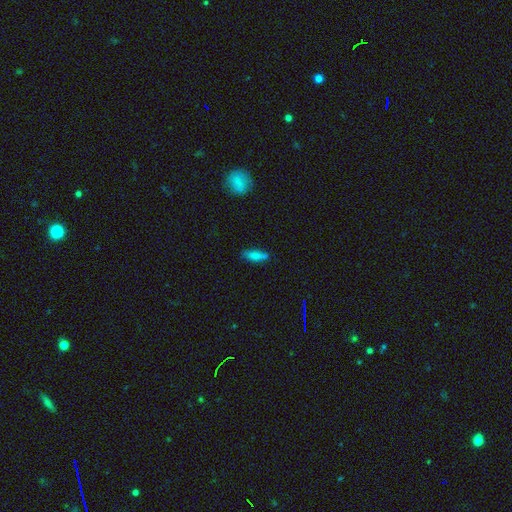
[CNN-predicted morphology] Smooth or featured: smooth — 73% (featured or disk — 19%)
How rounded: cigar-shaped — 53% (in between — 45%)
Merging: none — 80% (minor disturbance — 15%)